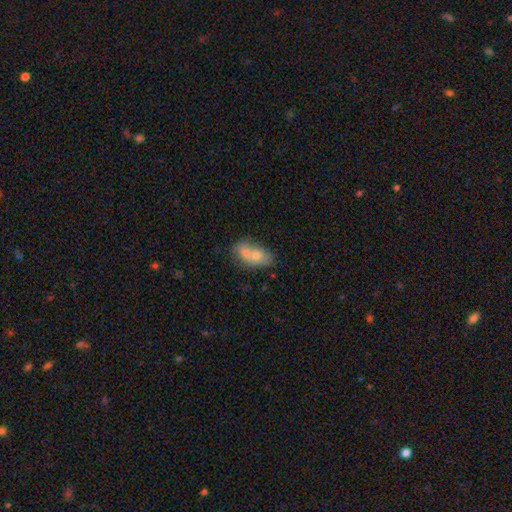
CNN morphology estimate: smooth-or-featured: smooth: 66% | featured or disk: 25% | star or artifact: 9%
  how-rounded: in between: 78% | round: 18% | cigar-shaped: 4%
  merging: merger: 56% | none: 29% | minor disturbance: 10% | major disturbance: 4%